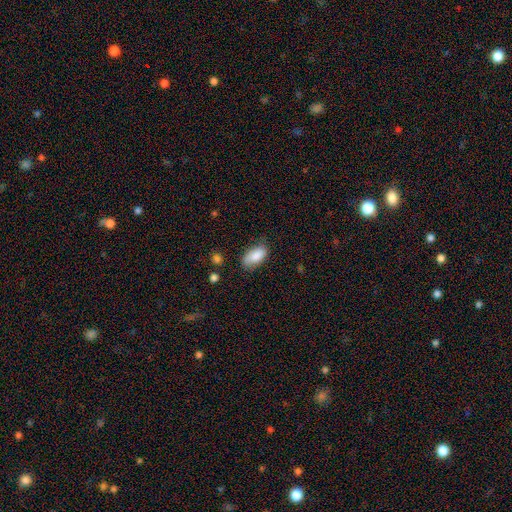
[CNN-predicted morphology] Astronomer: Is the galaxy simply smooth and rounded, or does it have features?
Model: smooth — 83%.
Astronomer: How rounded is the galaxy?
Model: in between — 93%.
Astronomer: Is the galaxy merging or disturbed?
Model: none — 67%.